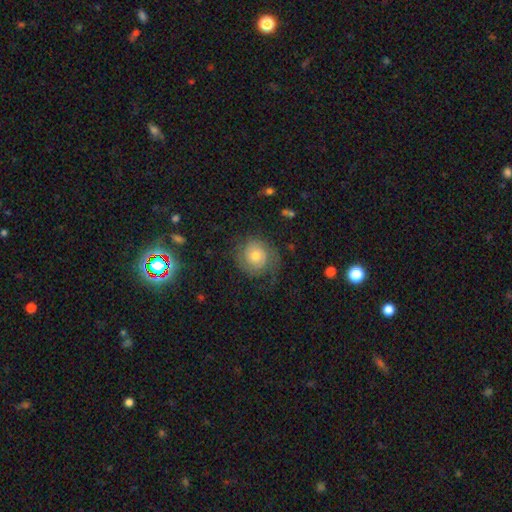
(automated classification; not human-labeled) Smooth or featured? Predicted: featured or disk (p=0.57). Edge-on disk? Predicted: no (p=0.97). Bar? Predicted: no (p=0.78). Spiral arms? Predicted: yes (p=0.86). Bulge size? Predicted: moderate (p=0.58). Merging? Predicted: none (p=0.65).